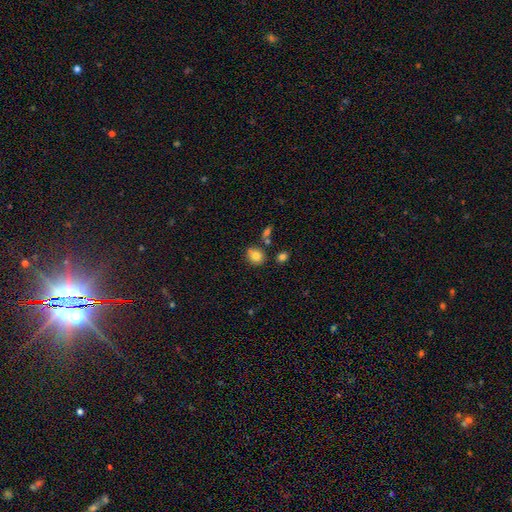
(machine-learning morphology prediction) Smooth or featured? Predicted: smooth (p=0.81). How rounded? Predicted: round (p=0.72). Merging? Predicted: none (p=0.71).